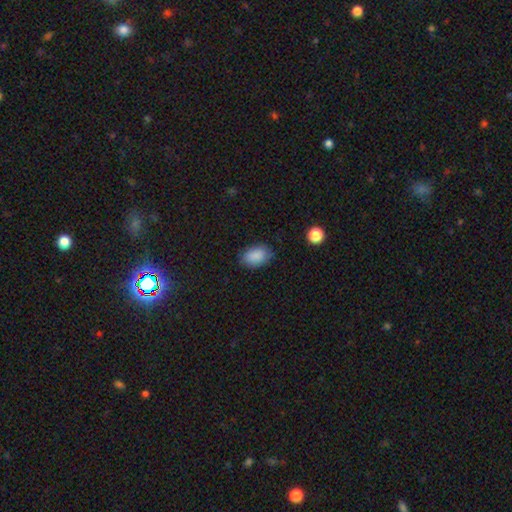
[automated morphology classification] A smooth galaxy with no disk features (87%) that is in between round and cigar-shaped (87%). Merging: none (76%).